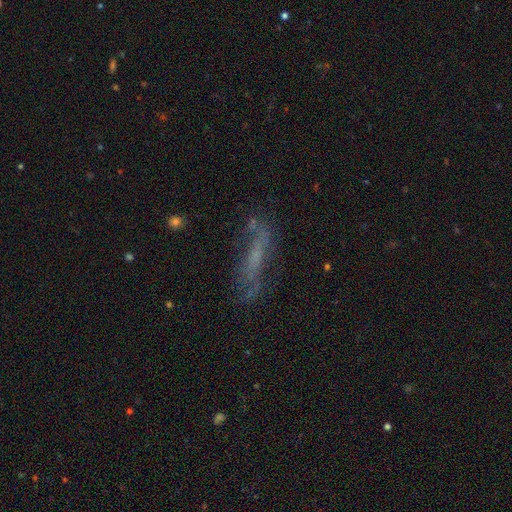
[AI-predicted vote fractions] This is possibly a featured or disk galaxy (51%). It is possibly not viewed edge-on (54%). Merging: likely none (61%).